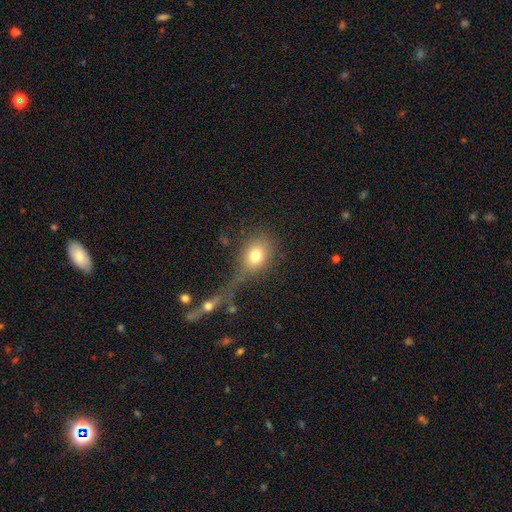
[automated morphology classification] Smooth or featured: smooth — 75% (featured or disk — 14%)
How rounded: in between — 55% (round — 42%)
Merging: none — 42% (merger — 22%)